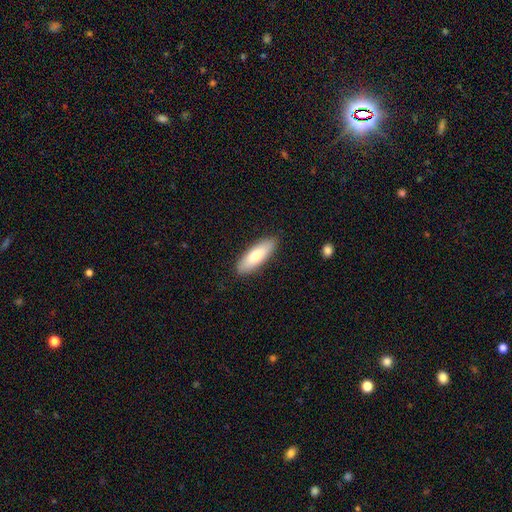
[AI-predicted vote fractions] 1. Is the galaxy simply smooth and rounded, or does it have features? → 77% smooth, 18% featured or disk, 5% star or artifact.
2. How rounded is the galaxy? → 56% in between, 42% cigar-shaped, 2% round.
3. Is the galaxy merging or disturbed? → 88% none, 9% minor disturbance, 2% major disturbance, 1% merger.